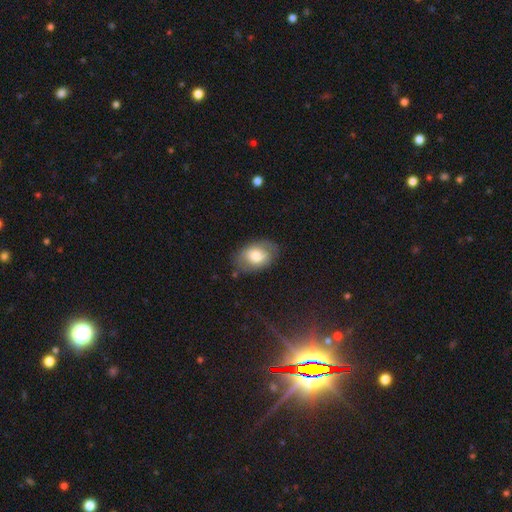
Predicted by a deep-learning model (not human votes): Smooth or featured: smooth — 68% (featured or disk — 25%)
How rounded: in between — 82% (round — 17%)
Merging: none — 69% (minor disturbance — 21%)